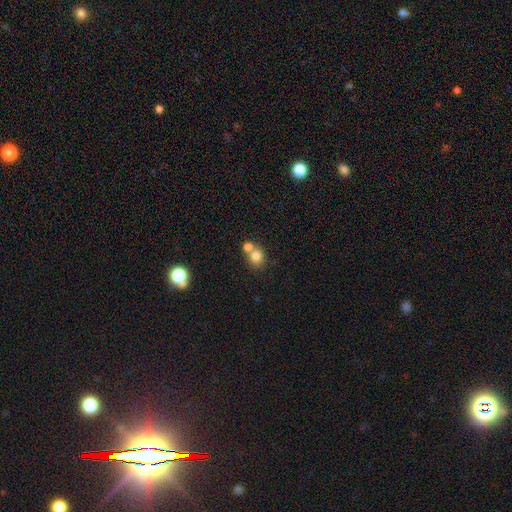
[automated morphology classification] smooth 79%, star or artifact 11%, featured or disk 10%. Down the decision tree: how rounded — round (79%); merging — merger (45%, tied with none).